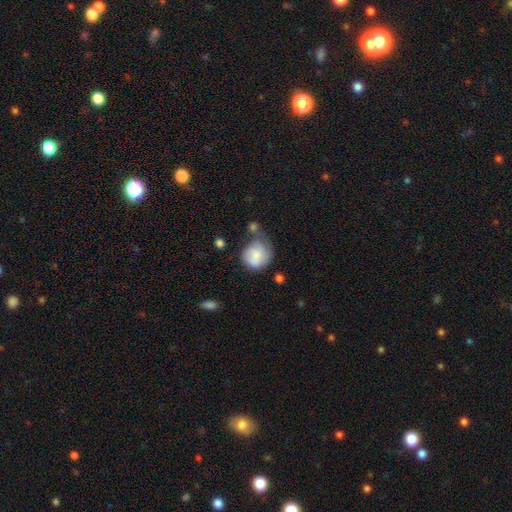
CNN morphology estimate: The model was most divided on "merging": none: 38%, minor disturbance: 30%, major disturbance: 18%, merger: 15%. More confident: how rounded — round (80%); smooth or featured — smooth (77%).